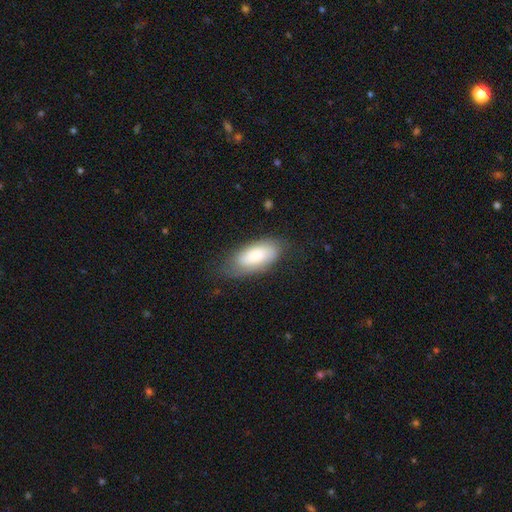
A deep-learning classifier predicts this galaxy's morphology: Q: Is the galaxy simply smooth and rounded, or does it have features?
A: smooth — 72%.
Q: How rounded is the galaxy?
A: in between — 90%.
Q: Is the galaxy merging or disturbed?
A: none — 64%.